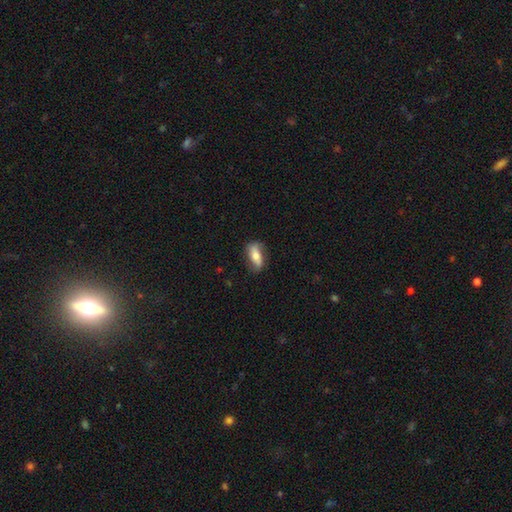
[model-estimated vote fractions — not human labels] Morphology: type=smooth (64%); roundness=in between (72%); merging=none (74%).